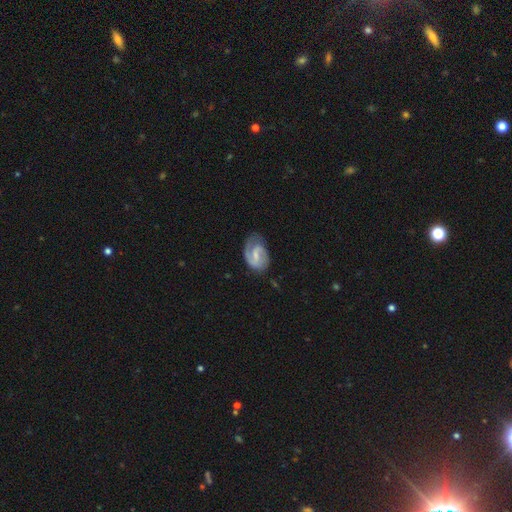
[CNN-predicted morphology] A featured or disk galaxy (80%) with a weak bar (55%), 2 (72%) medium (48%) spiral arms (95%) and a small central bulge (47%). Merging: none (68%).